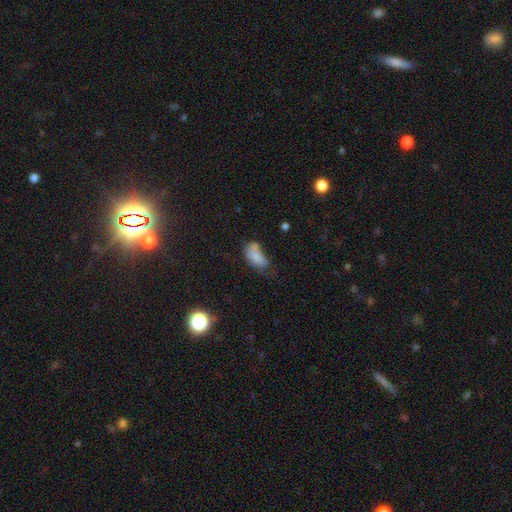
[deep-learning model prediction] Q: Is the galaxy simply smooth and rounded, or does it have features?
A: smooth — 75%.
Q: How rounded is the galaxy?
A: in between — 90%.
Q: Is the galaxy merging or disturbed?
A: minor disturbance — 34%.